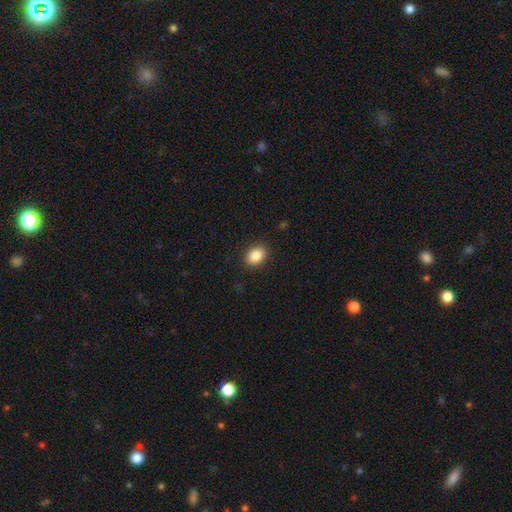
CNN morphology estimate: This is clearly a smooth galaxy (86%). How rounded: likely in between (73%). Merging: clearly none (89%).